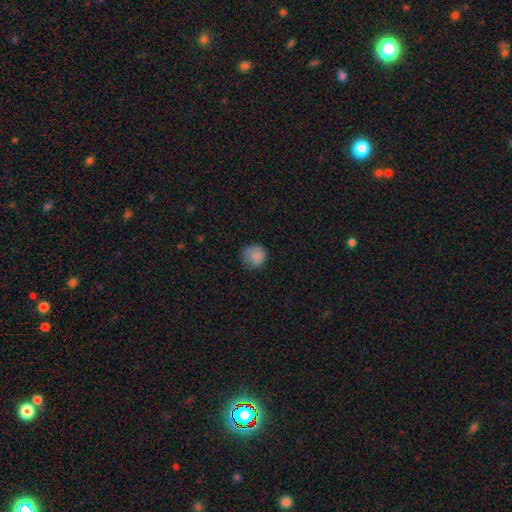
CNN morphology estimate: type=smooth (84%); roundness=round (88%); merging=none (71%).